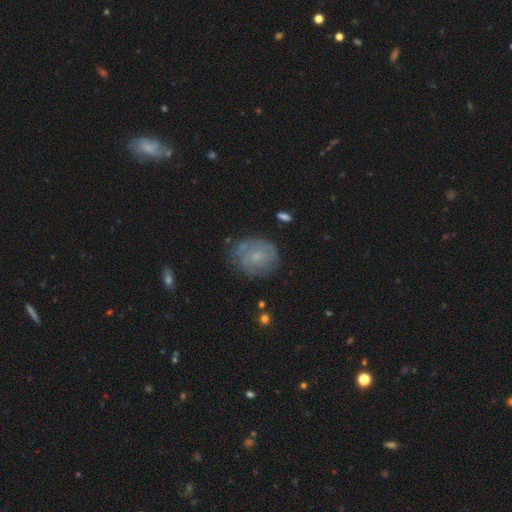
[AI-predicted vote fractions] The model was most divided on "smooth or featured": featured or disk: 47%, smooth: 43%, star or artifact: 10%. More confident: merging — none (66%).